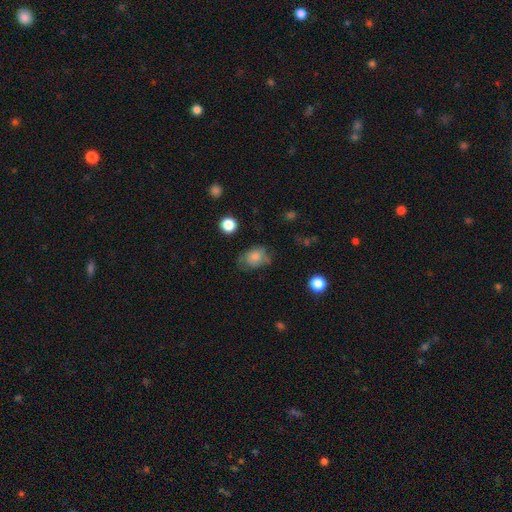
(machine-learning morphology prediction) Smooth or featured? smooth (74%)
How rounded? in between (66%)
Merging? none (55%)